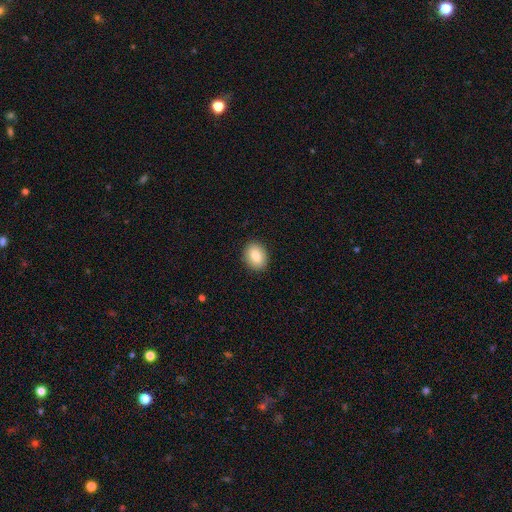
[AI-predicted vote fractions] smooth_or_featured: smooth (p=0.83) [alt: featured or disk p=0.09]
how_rounded: in between (p=0.57) [alt: round p=0.42]
merging: none (p=0.90) [alt: minor disturbance p=0.07]